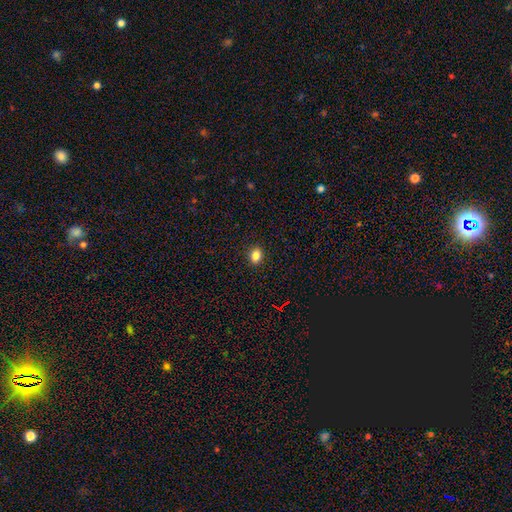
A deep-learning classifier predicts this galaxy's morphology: The model was most divided on "how rounded": in between: 56%, round: 42%, cigar-shaped: 1%. More confident: merging — none (91%); smooth or featured — smooth (84%).